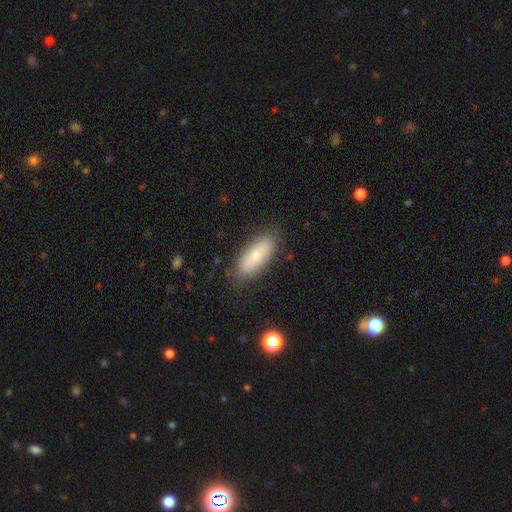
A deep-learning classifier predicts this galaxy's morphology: Smooth or featured? Predicted: smooth (p=0.67). How rounded? Predicted: in between (p=0.74). Merging? Predicted: none (p=0.83).